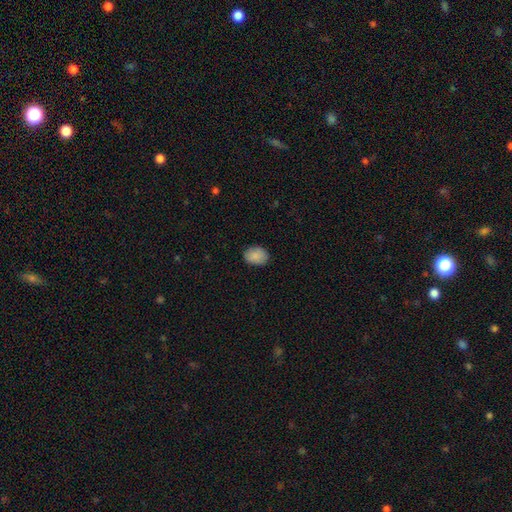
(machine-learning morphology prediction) Q: Smooth or featured?
A: smooth (88%); runner-up: star or artifact (7%)
Q: How rounded?
A: in between (68%); runner-up: round (31%)
Q: Merging?
A: none (84%); runner-up: minor disturbance (13%)